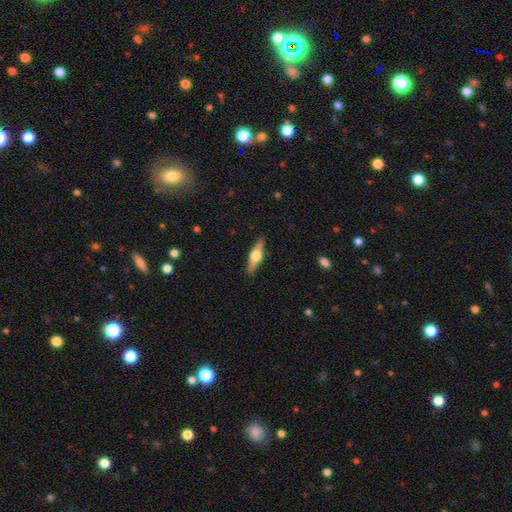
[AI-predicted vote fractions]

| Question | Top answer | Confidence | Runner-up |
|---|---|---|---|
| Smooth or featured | featured or disk | 63% | smooth (31%) |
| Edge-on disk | yes | 96% | no (4%) |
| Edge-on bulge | rounded | 94% | boxy (5%) |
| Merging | none | 89% | minor disturbance (8%) |